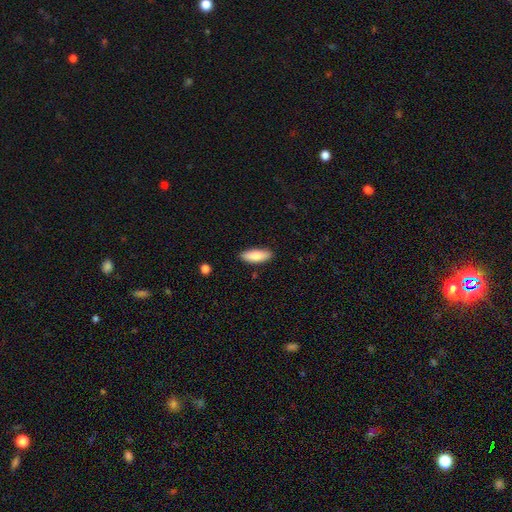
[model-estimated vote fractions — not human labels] smooth-or-featured: smooth: 84% | featured or disk: 10% | star or artifact: 6%
  how-rounded: in between: 69% | cigar-shaped: 30% | round: 2%
  merging: none: 88% | minor disturbance: 9% | major disturbance: 2% | merger: 1%